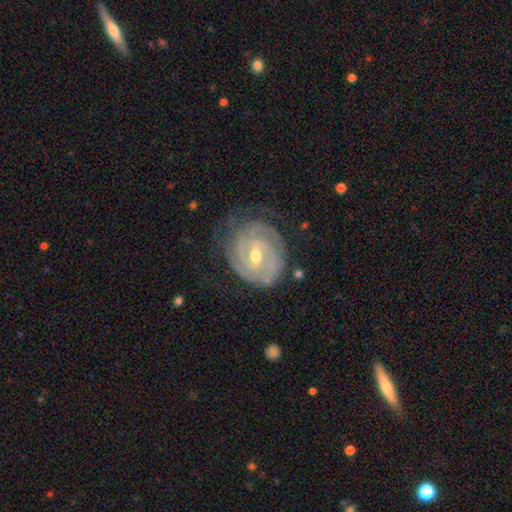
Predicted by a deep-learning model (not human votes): smooth_or_featured: featured or disk (p=0.91) [alt: smooth p=0.05]
disk_edge_on: no (p=0.97) [alt: yes p=0.03]
bar: weak (p=0.52) [alt: no p=0.26]
has_spiral_arms: yes (p=0.98) [alt: no p=0.02]
spiral_winding: tight (p=0.81) [alt: medium p=0.17]
spiral_arm_count: 3 (p=0.32) [alt: 2 p=0.27]
bulge_size: moderate (p=0.56) [alt: small p=0.42]
merging: none (p=0.73) [alt: minor disturbance p=0.19]